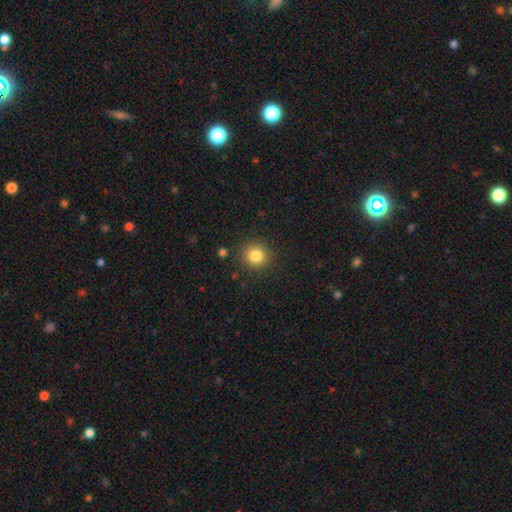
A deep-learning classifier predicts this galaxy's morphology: Overall: smooth (83%). How rounded: round (91%). Merging: none (89%).